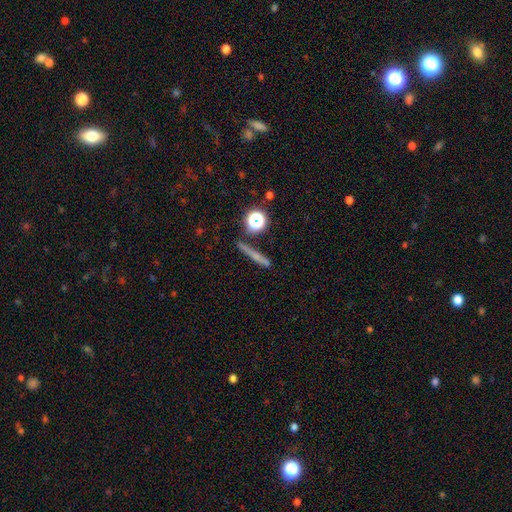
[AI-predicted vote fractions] Smooth or featured? smooth (46%)
Merging? none (78%)